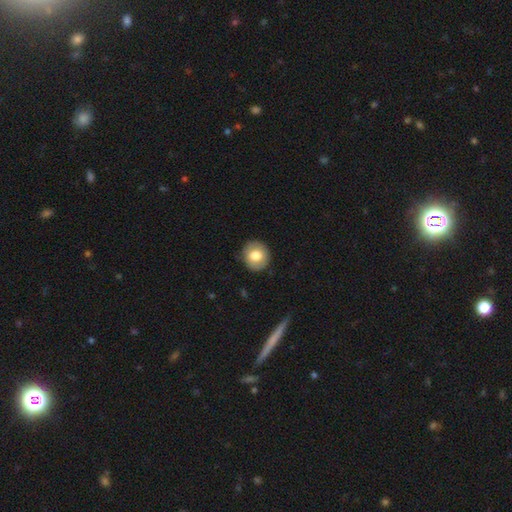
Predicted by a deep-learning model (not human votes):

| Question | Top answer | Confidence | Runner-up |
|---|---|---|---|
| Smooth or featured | smooth | 76% | featured or disk (17%) |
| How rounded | round | 86% | in between (13%) |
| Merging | none | 89% | minor disturbance (8%) |